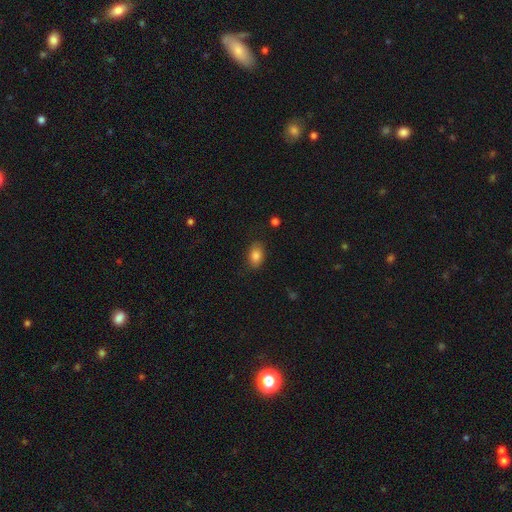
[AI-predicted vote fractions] A smooth galaxy with no disk features (84%) that is in between round and cigar-shaped (84%).

Vote fractions:
- Smooth or featured? smooth: 84% / star or artifact: 9% / featured or disk: 7%
- How rounded? in between: 84% / round: 14% / cigar-shaped: 2%
- Merging? none: 83% / minor disturbance: 13% / major disturbance: 3% / merger: 1%